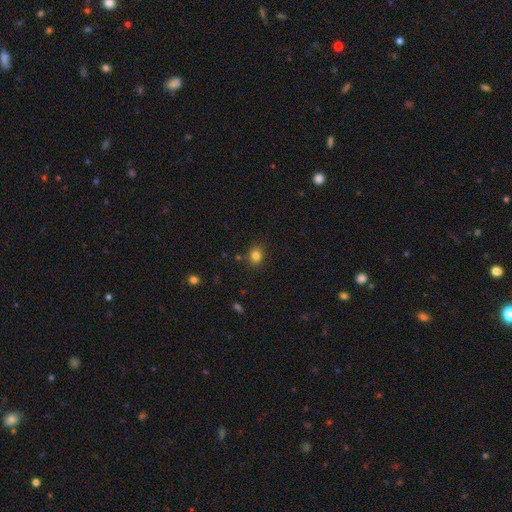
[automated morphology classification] Overall: smooth (82%). How rounded: round (65%; in between 34%). Merging: none (83%).